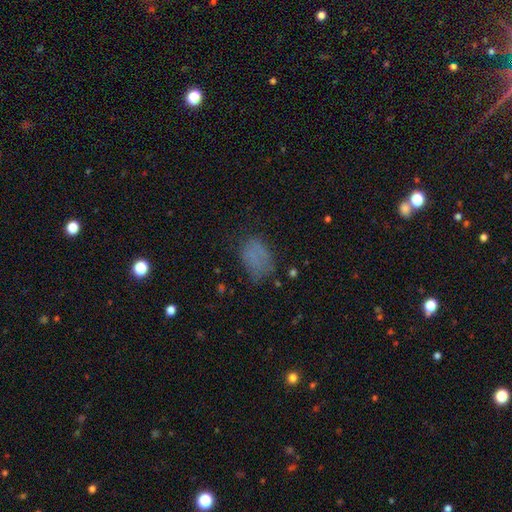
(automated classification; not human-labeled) A smooth galaxy with no disk features (68%) that is in between round and cigar-shaped (81%).

Vote fractions:
- Smooth or featured? smooth: 68% / star or artifact: 17% / featured or disk: 15%
- How rounded? in between: 81% / round: 18% / cigar-shaped: 2%
- Merging? none: 57% / minor disturbance: 25% / major disturbance: 15% / merger: 2%